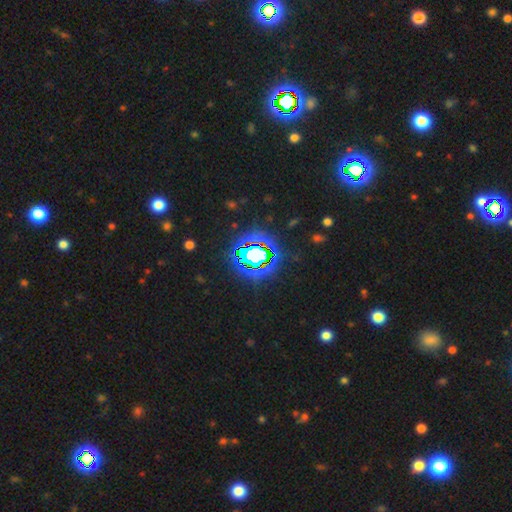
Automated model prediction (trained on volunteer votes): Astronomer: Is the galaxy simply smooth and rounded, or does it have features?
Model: star or artifact — 76%.